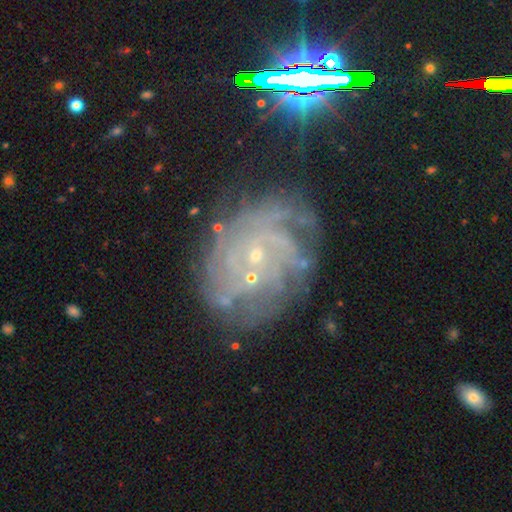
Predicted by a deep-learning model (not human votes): Q: Smooth or featured?
A: featured or disk (76%); runner-up: star or artifact (14%)
Q: Edge-on disk?
A: no (97%); runner-up: yes (3%)
Q: Bar?
A: no (74%); runner-up: weak (21%)
Q: Spiral arms?
A: yes (90%); runner-up: no (10%)
Q: Spiral winding?
A: tight (66%); runner-up: medium (25%)
Q: Spiral arm count?
A: can't tell (39%); runner-up: more than 4 (16%)
Q: Bulge size?
A: small (85%); runner-up: moderate (10%)
Q: Merging?
A: none (67%); runner-up: minor disturbance (18%)